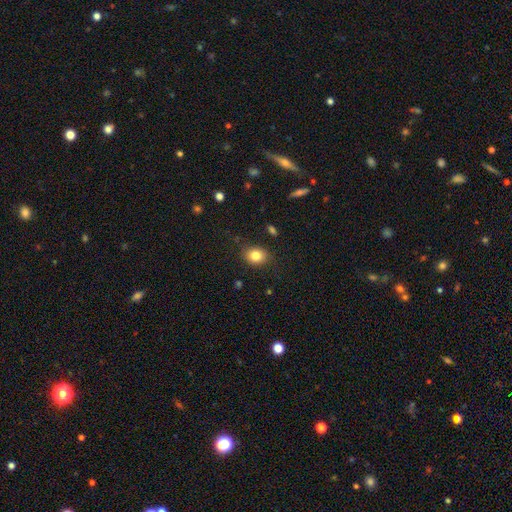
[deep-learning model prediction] This is clearly a smooth galaxy (82%). How rounded: possibly round (52%). Merging: clearly none (83%).